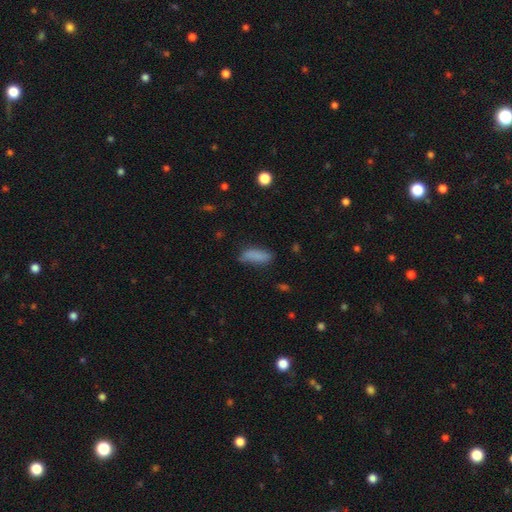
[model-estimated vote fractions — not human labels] smooth 82%, featured or disk 10%, star or artifact 8%. Down the decision tree: how rounded — in between (62%); merging — none (65%).